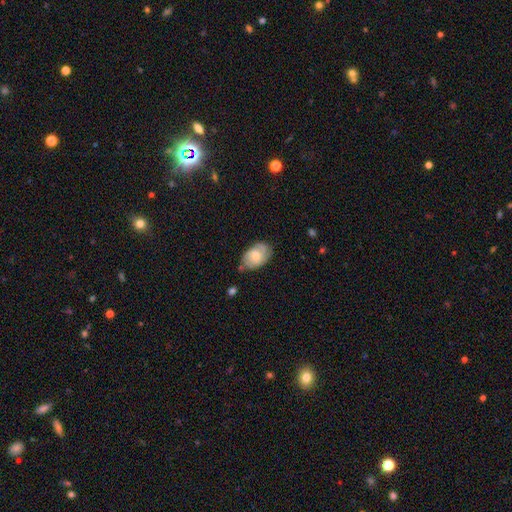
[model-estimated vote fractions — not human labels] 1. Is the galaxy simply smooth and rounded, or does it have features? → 53% smooth, 41% featured or disk, 7% star or artifact.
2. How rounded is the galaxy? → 87% in between, 11% round, 1% cigar-shaped.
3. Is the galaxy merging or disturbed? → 63% none, 28% minor disturbance, 6% major disturbance, 3% merger.